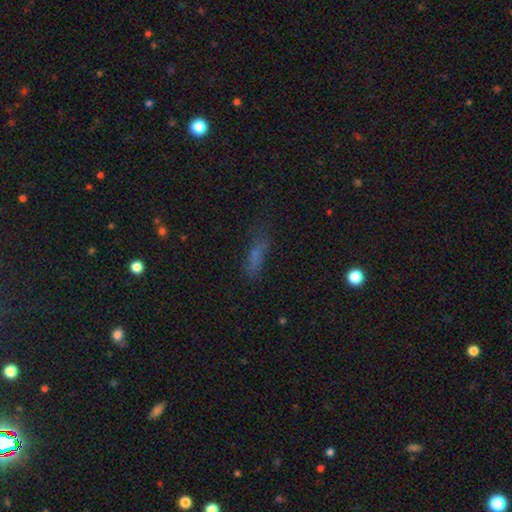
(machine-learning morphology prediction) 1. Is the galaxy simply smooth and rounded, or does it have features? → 63% smooth, 20% star or artifact, 18% featured or disk.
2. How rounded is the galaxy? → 66% cigar-shaped, 30% in between, 4% round.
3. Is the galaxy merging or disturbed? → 61% none, 23% minor disturbance, 12% major disturbance, 3% merger.